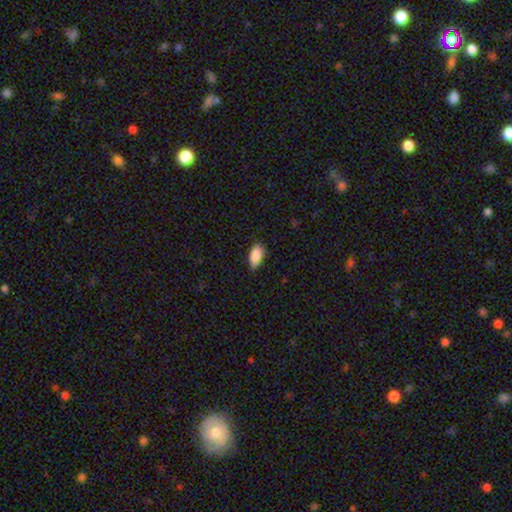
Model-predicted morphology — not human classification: Overall: smooth (88%). How rounded: in between (91%). Merging: none (72%).